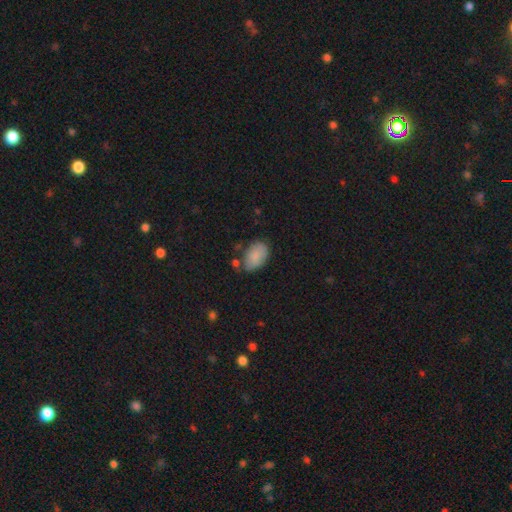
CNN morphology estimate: Smooth or featured? Predicted: smooth (p=0.85). How rounded? Predicted: in between (p=0.89). Merging? Predicted: none (p=0.64).